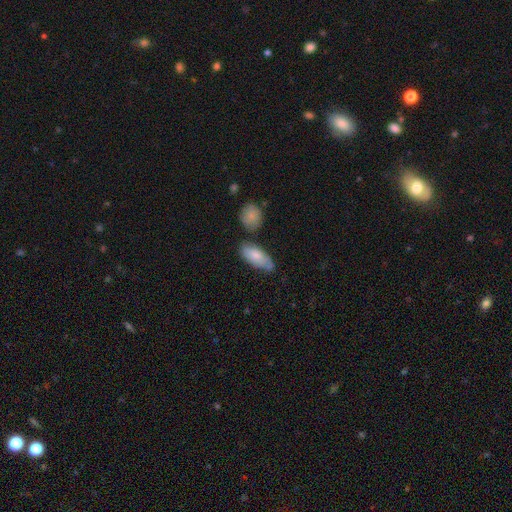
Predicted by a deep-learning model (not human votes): The model was most divided on "merging": none: 57%, minor disturbance: 28%, merger: 10%, major disturbance: 6%. More confident: how rounded — in between (86%); smooth or featured — smooth (74%).